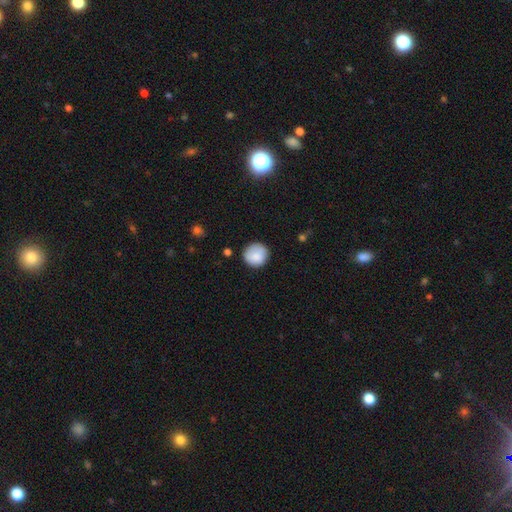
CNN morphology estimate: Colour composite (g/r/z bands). It shows a smooth galaxy with no disk features (85%) that is round (93%). Merging: none (83%).